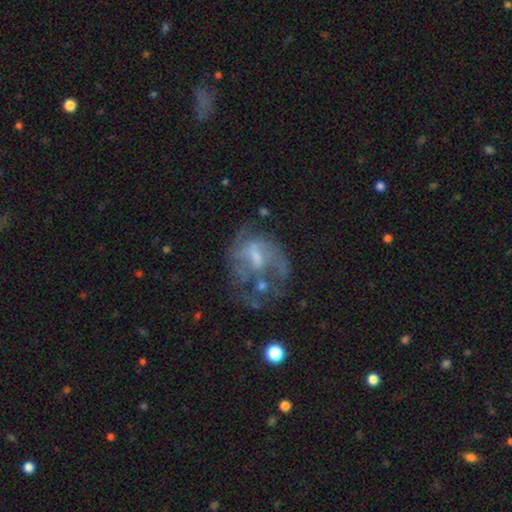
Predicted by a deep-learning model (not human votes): Smooth or featured? Predicted: featured or disk (p=0.68). Edge-on disk? Predicted: no (p=0.97). Bar? Predicted: no (p=0.45). Spiral arms? Predicted: yes (p=0.53). Bulge size? Predicted: small (p=0.40). Merging? Predicted: none (p=0.36, tied with major disturbance).